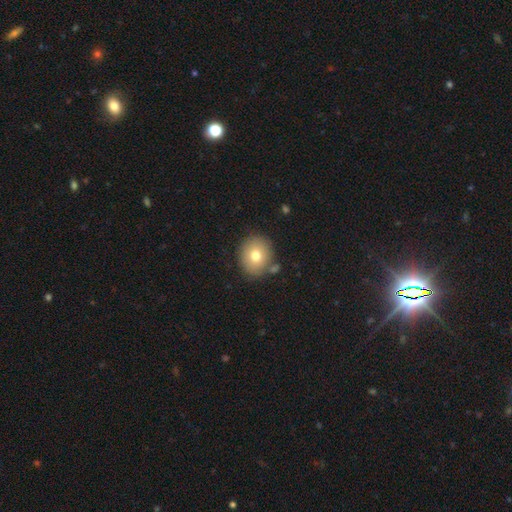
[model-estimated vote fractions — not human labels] smooth-or-featured: smooth: 74% | featured or disk: 15% | star or artifact: 11%
  how-rounded: round: 73% | in between: 26% | cigar-shaped: 1%
  merging: none: 81% | minor disturbance: 11% | merger: 5% | major disturbance: 3%